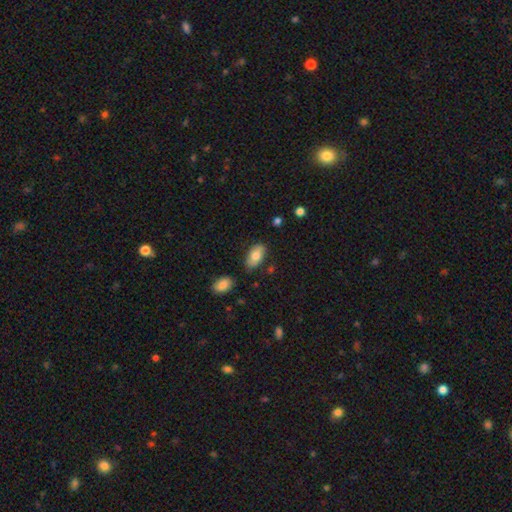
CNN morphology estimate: This is likely a smooth galaxy (75%). How rounded: clearly in between (94%). Merging: likely none (79%).